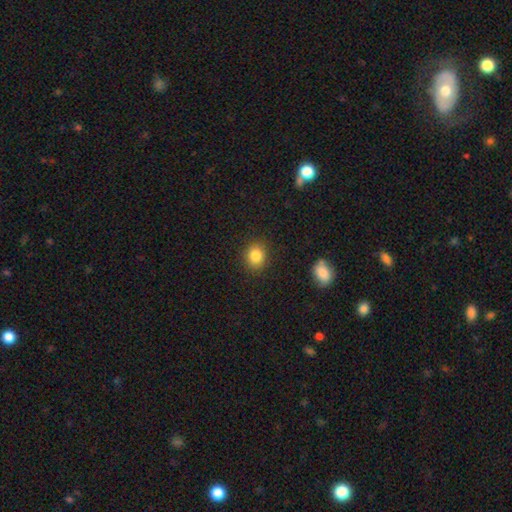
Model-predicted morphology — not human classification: This appears to be a smooth galaxy with no disk features (84%) that is round (71%). Merging: none (88%).